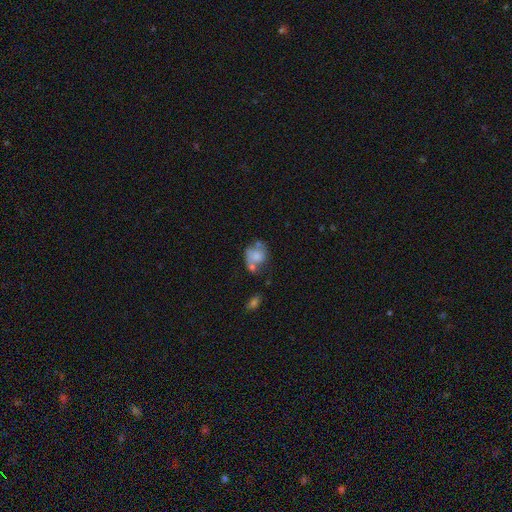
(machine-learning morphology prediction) Smooth or featured? Predicted: smooth (p=0.55). How rounded? Predicted: round (p=0.53). Merging? Predicted: none (p=0.32).